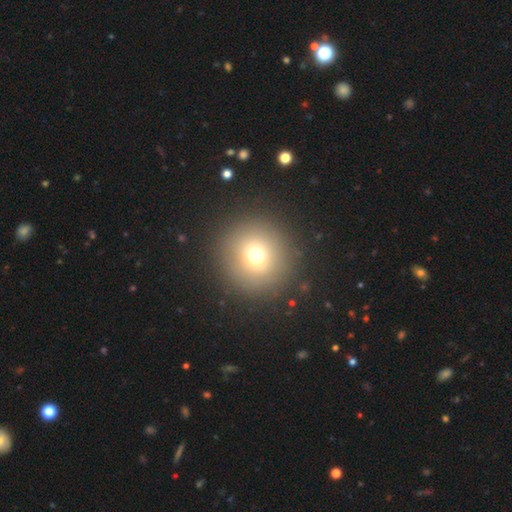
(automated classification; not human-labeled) Smooth or featured? smooth (70%)
How rounded? round (95%)
Merging? none (89%)